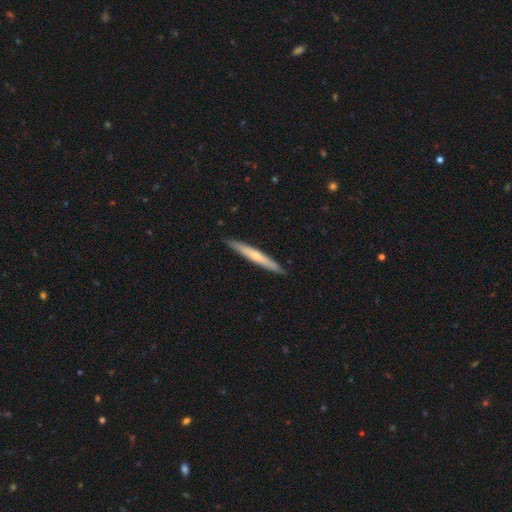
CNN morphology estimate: smooth-or-featured: smooth: 48% | featured or disk: 47% | star or artifact: 5%
  merging: none: 91% | minor disturbance: 7% | major disturbance: 1% | merger: 1%